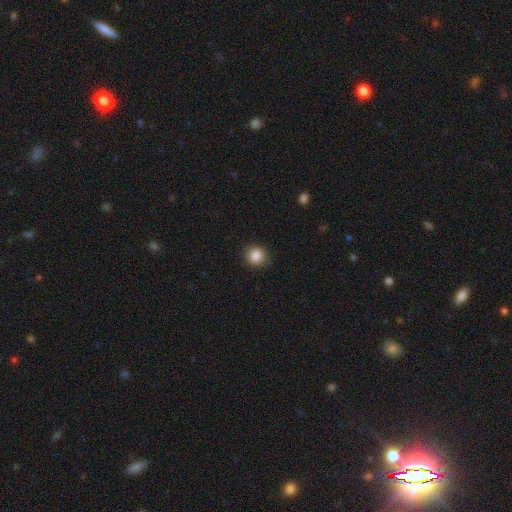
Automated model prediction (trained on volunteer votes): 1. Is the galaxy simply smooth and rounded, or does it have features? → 86% smooth, 10% star or artifact, 4% featured or disk.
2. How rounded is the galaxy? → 85% round, 14% in between, 1% cigar-shaped.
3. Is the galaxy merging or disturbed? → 88% none, 9% minor disturbance, 2% major disturbance, 1% merger.